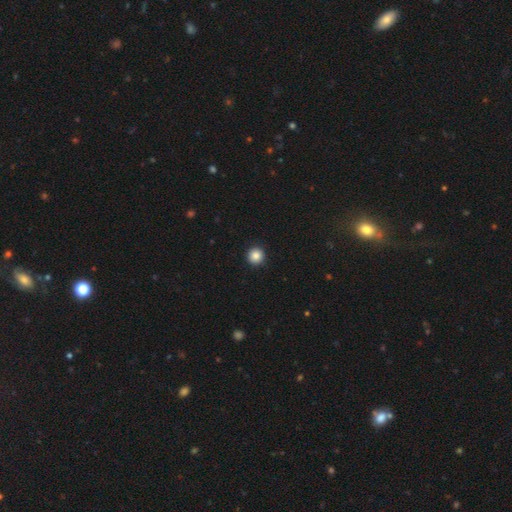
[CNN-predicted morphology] A smooth galaxy with no disk features (86%) that is round (95%). Merging: none (94%).